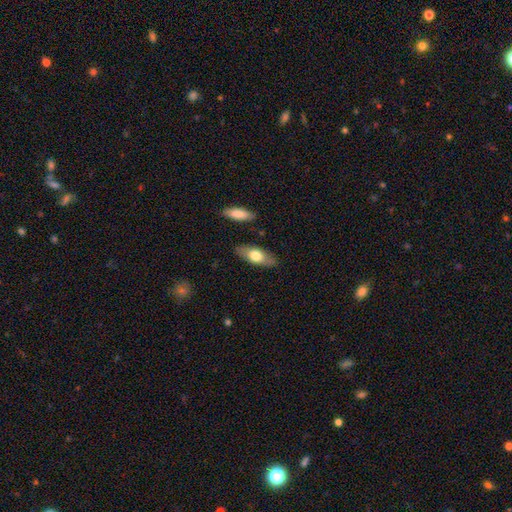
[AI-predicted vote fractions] A smooth galaxy with no disk features (66%) that is in between round and cigar-shaped (78%).

Vote fractions:
- Smooth or featured? smooth: 66% / featured or disk: 28% / star or artifact: 6%
- How rounded? in between: 78% / cigar-shaped: 19% / round: 3%
- Merging? none: 84% / minor disturbance: 11% / merger: 2% / major disturbance: 2%